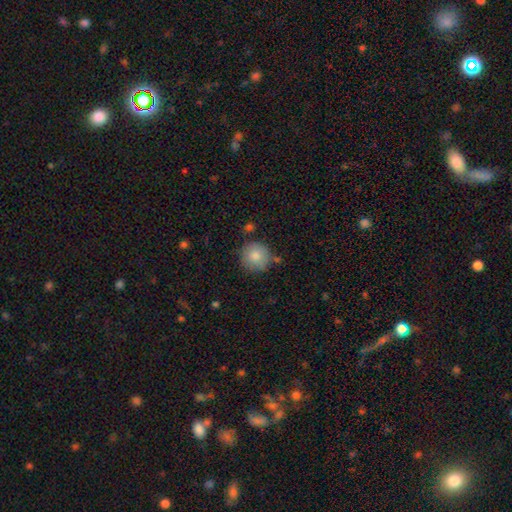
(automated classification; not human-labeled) A smooth galaxy with no disk features (83%) that is round (93%).

Vote fractions:
- Smooth or featured? smooth: 83% / featured or disk: 9% / star or artifact: 8%
- How rounded? round: 93% / in between: 6% / cigar-shaped: 1%
- Merging? none: 78% / minor disturbance: 14% / merger: 5% / major disturbance: 3%